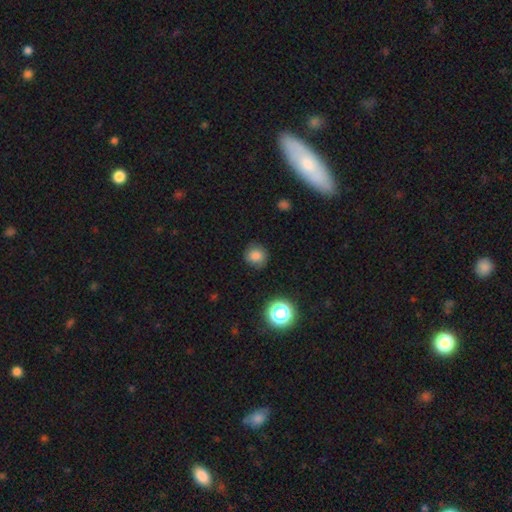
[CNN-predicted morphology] Q: Smooth or featured?
A: smooth (81%); runner-up: star or artifact (13%)
Q: How rounded?
A: round (87%); runner-up: in between (12%)
Q: Merging?
A: none (84%); runner-up: minor disturbance (11%)